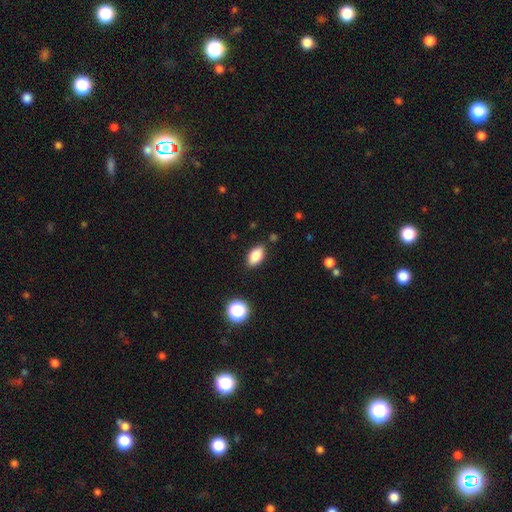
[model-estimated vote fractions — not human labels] A smooth galaxy with no disk features (85%) that is in between round and cigar-shaped (91%). Merging: none (86%).